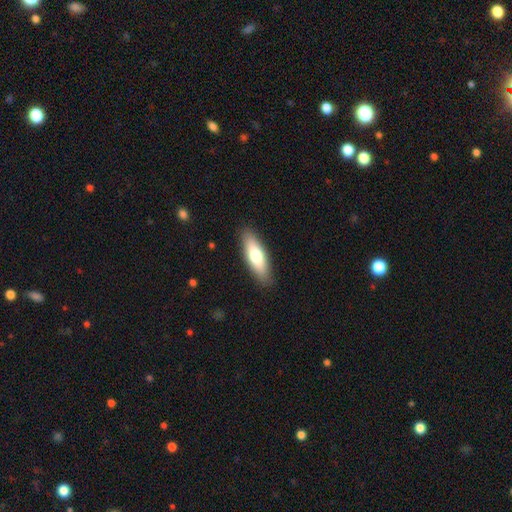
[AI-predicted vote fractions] The model was most divided on "how rounded": in between: 54%, cigar-shaped: 44%, round: 2%. More confident: merging — none (88%); smooth or featured — smooth (66%).